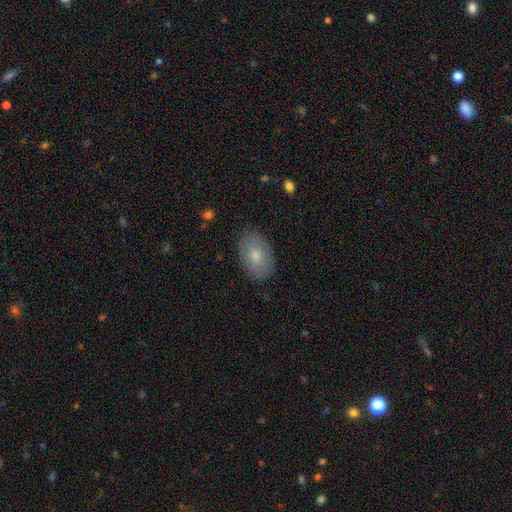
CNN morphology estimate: smooth 77%, featured or disk 17%, star or artifact 7%. Down the decision tree: how rounded — in between (91%); merging — none (85%).